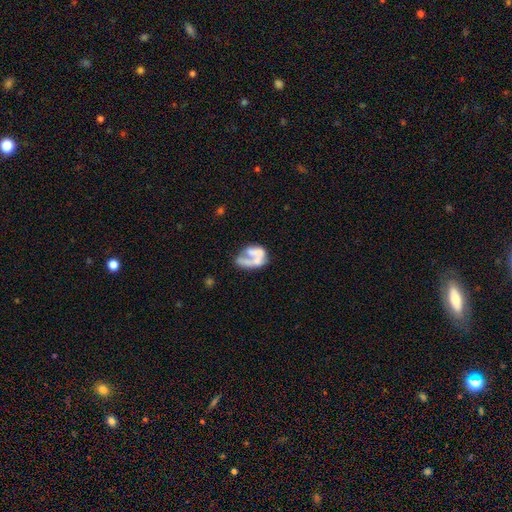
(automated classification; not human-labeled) The model was most divided on "merging": major disturbance: 33%, none: 28%, merger: 22%, minor disturbance: 17%. More confident: edge-on disk — no (98%); bar — no (85%); spiral arms — no (79%); bulge size — none (66%); smooth or featured — featured or disk (54%).